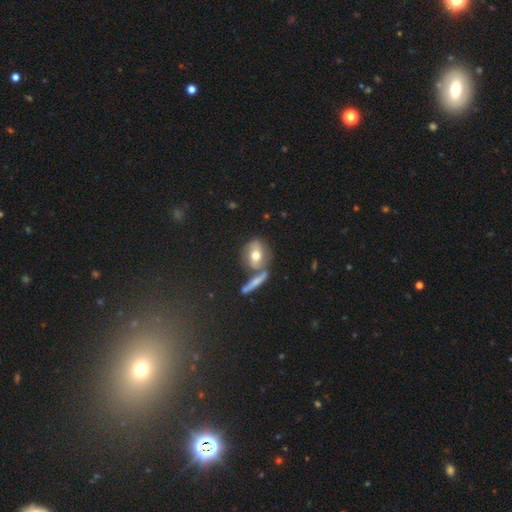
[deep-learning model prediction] This is possibly a smooth galaxy (53%). How rounded: possibly in between (48%). Merging: possibly none (54%).